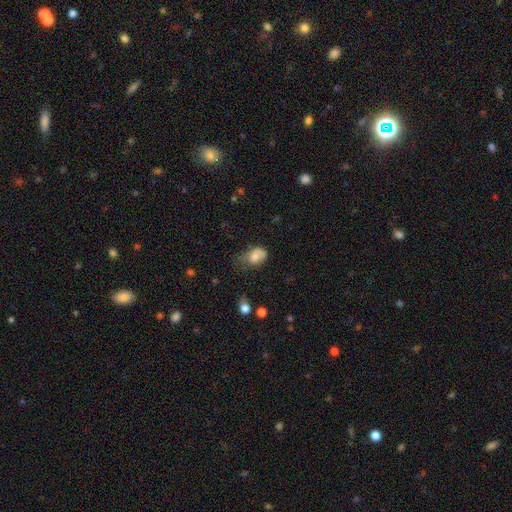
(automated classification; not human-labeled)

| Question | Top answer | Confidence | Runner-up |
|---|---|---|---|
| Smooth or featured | smooth | 73% | featured or disk (17%) |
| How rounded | in between | 75% | round (24%) |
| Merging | minor disturbance | 39% | none (31%) |